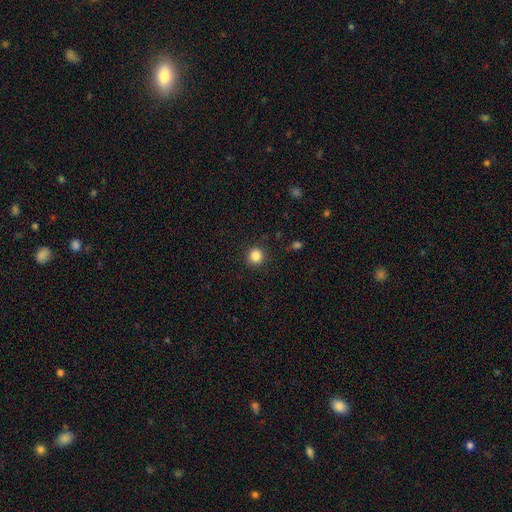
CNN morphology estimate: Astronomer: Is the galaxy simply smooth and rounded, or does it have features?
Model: smooth — 85%.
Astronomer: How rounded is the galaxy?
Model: round — 91%.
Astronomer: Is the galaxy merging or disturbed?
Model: none — 90%.